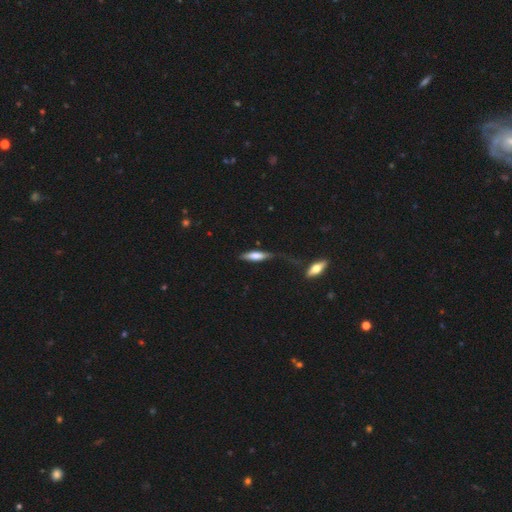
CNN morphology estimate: Smooth or featured?
  - smooth: 64% *
  - featured or disk: 30%
  - star or artifact: 6%
How rounded?
  - cigar-shaped: 65% *
  - in between: 33%
  - round: 2%
Merging?
  - none: 52% *
  - minor disturbance: 28%
  - major disturbance: 15%
  - merger: 6%